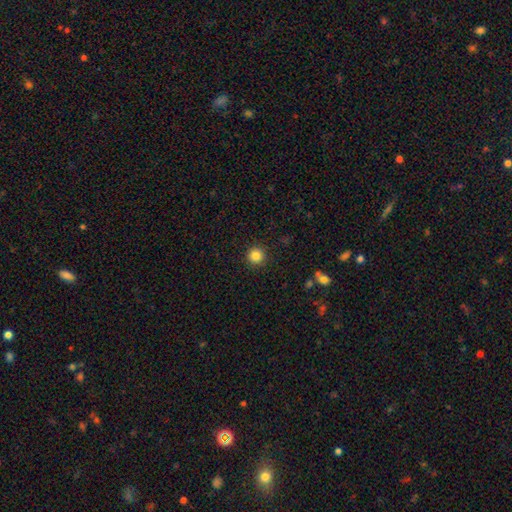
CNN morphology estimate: smooth_or_featured: smooth (p=0.85) [alt: star or artifact p=0.11]
how_rounded: round (p=0.96) [alt: in between p=0.03]
merging: none (p=0.93) [alt: minor disturbance p=0.05]